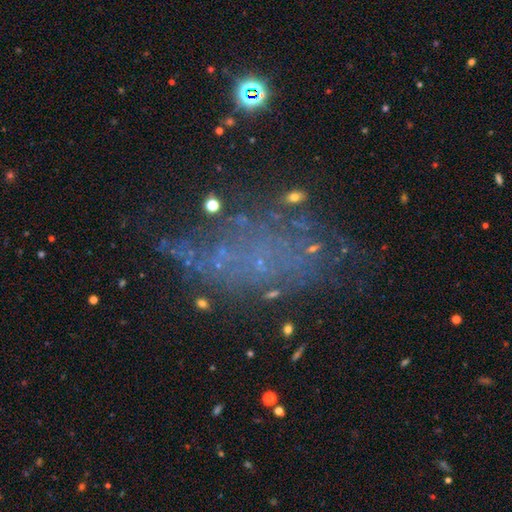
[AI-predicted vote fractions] smooth-or-featured: featured or disk: 39% | star or artifact: 35% | smooth: 27%
  merging: none: 49% | major disturbance: 26% | minor disturbance: 19% | merger: 6%